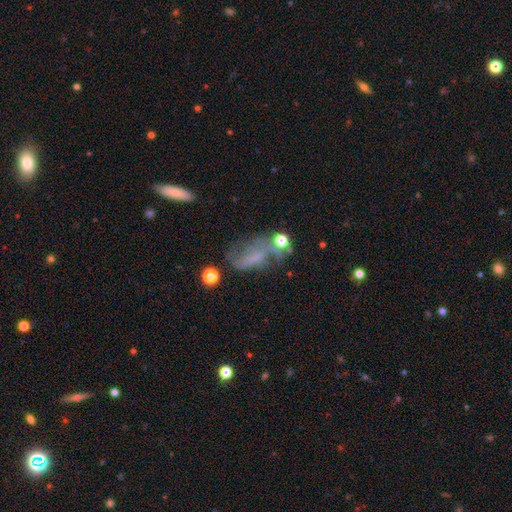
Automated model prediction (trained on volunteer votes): Smooth or featured: featured or disk — 47% (smooth — 36%)
Merging: none — 43% (major disturbance — 24%)